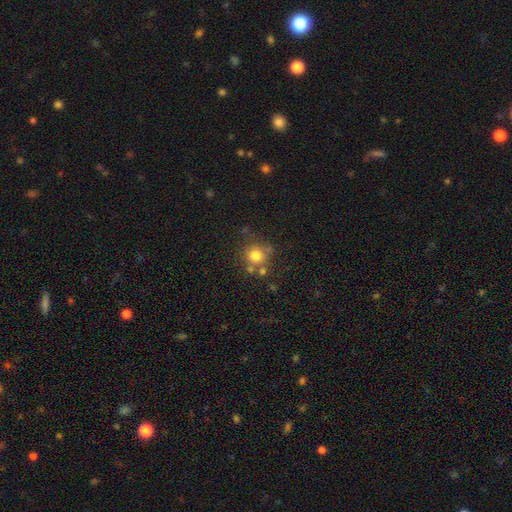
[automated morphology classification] The model was most divided on "merging": none: 66%, merger: 16%, minor disturbance: 13%, major disturbance: 5%. More confident: how rounded — round (90%); smooth or featured — smooth (77%).